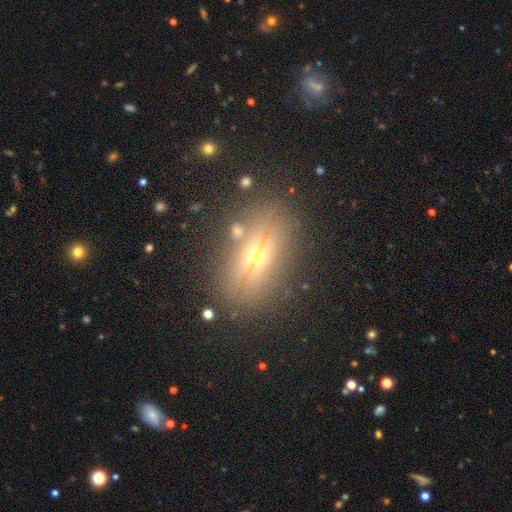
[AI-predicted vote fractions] Smooth or featured? Predicted: featured or disk (p=0.68). Edge-on disk? Predicted: yes (p=0.82). Edge-on bulge? Predicted: rounded (p=0.94). Merging? Predicted: none (p=0.81).